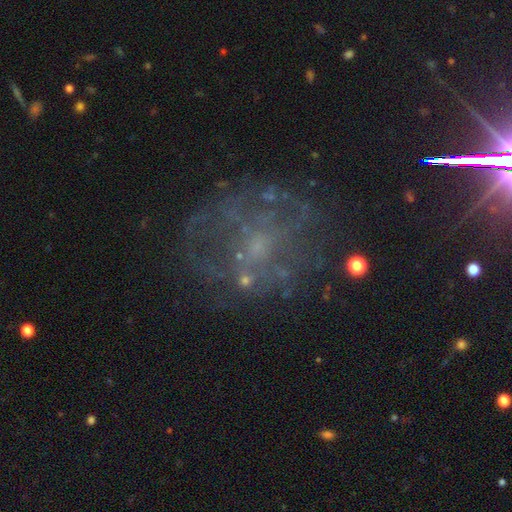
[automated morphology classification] This appears to be a featured or disk galaxy (54%) with no bar (82%), no spiral arms (67%) and no central bulge (44%). Merging: none (64%).